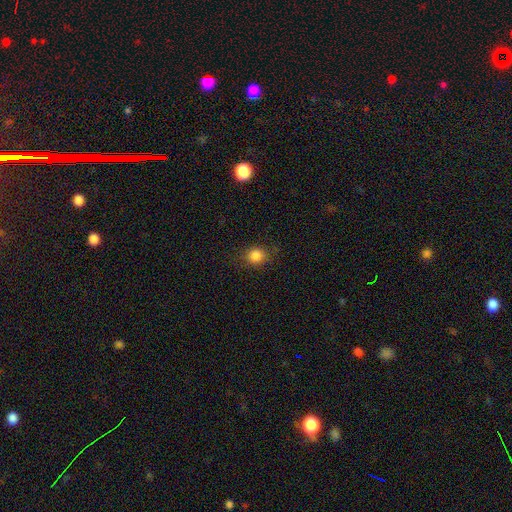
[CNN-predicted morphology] A smooth galaxy with no disk features (84%) that is round (74%). Merging: none (83%).